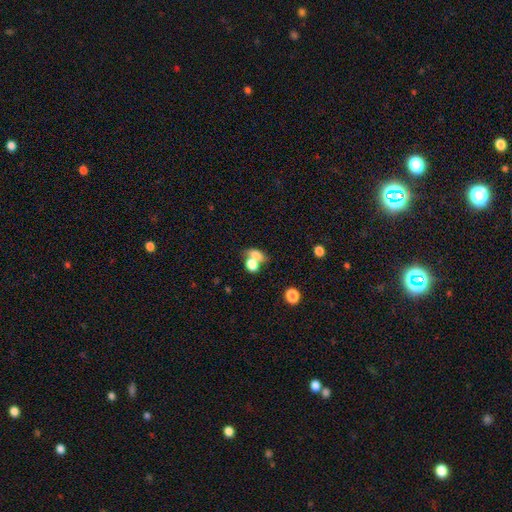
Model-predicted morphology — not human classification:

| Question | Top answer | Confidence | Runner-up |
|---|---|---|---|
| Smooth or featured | smooth | 73% | featured or disk (16%) |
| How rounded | in between | 67% | round (29%) |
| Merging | merger | 56% | none (30%) |